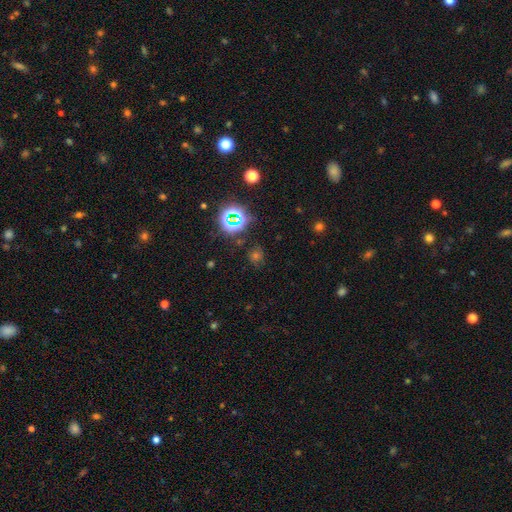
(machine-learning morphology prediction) Smooth or featured: star or artifact — 58% (smooth — 34%)